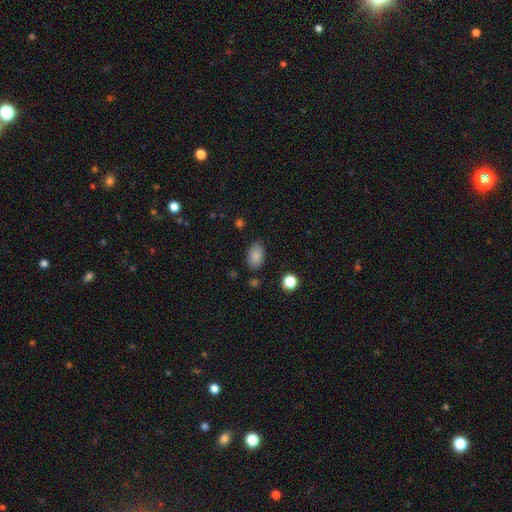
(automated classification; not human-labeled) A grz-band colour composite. It shows a smooth galaxy with no disk features (86%) that is in between round and cigar-shaped (89%). Merging: none (81%).